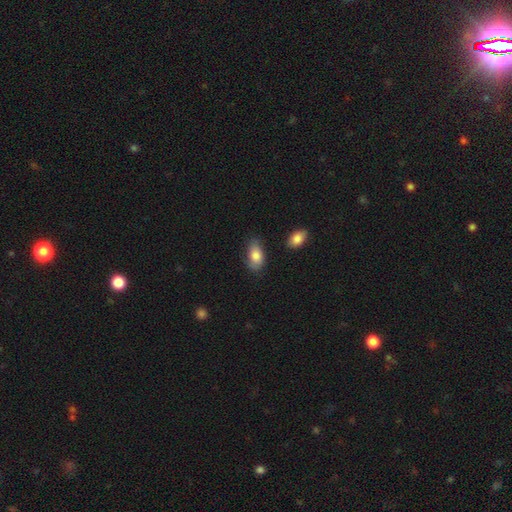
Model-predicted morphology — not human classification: Q: Smooth or featured?
A: smooth (82%); runner-up: featured or disk (12%)
Q: How rounded?
A: in between (92%); runner-up: round (5%)
Q: Merging?
A: none (69%); runner-up: minor disturbance (23%)